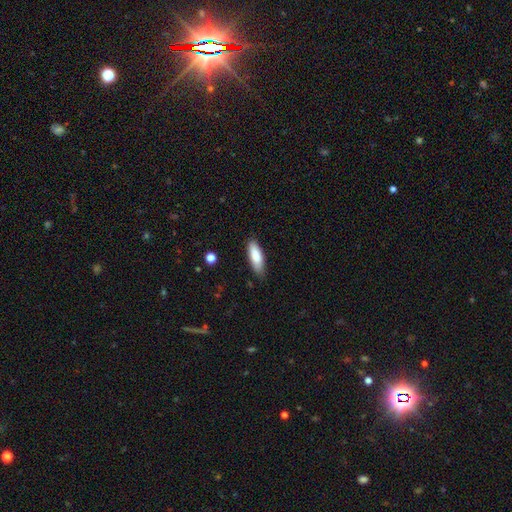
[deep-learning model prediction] smooth-or-featured: smooth: 84% | featured or disk: 10% | star or artifact: 6%
  how-rounded: in between: 58% | cigar-shaped: 40% | round: 2%
  merging: none: 84% | minor disturbance: 13% | major disturbance: 2% | merger: 1%